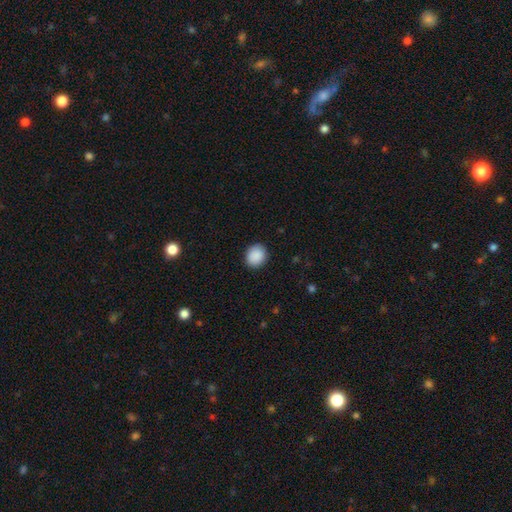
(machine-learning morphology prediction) This is clearly a smooth galaxy (90%). How rounded: likely round (73%). Merging: clearly none (89%).